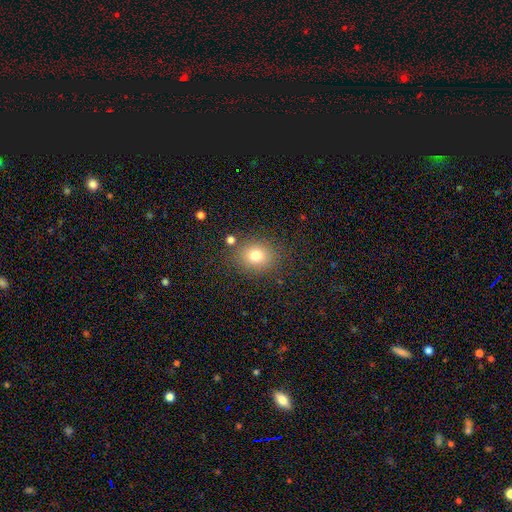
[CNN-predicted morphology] This appears to be a smooth galaxy with no disk features (79%) that is round (62%). Merging: none (81%).